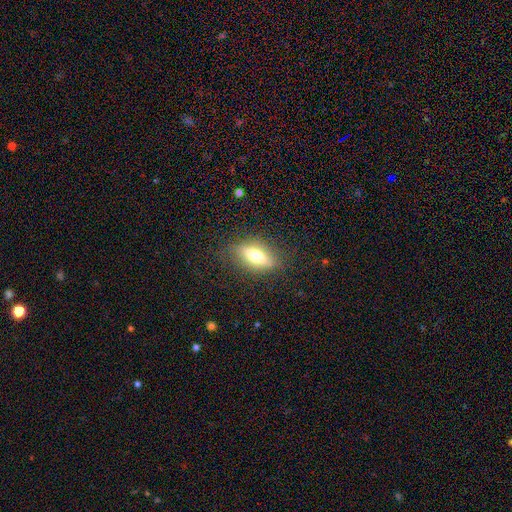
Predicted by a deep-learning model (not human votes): This appears to be a smooth galaxy with no disk features (56%) that is in between round and cigar-shaped (64%). Merging: none (79%).